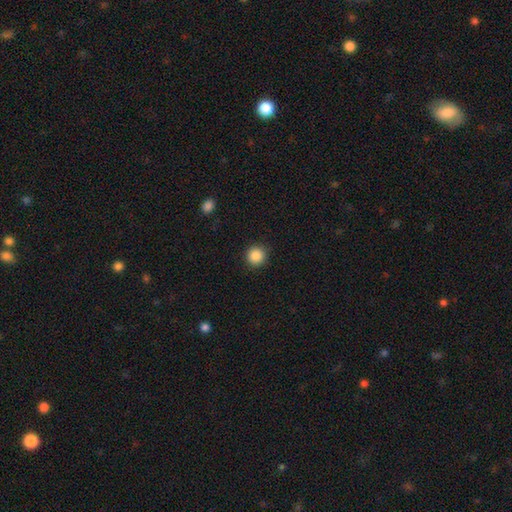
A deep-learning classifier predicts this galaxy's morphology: Smooth or featured? Predicted: smooth (p=0.87). How rounded? Predicted: round (p=0.95). Merging? Predicted: none (p=0.92).